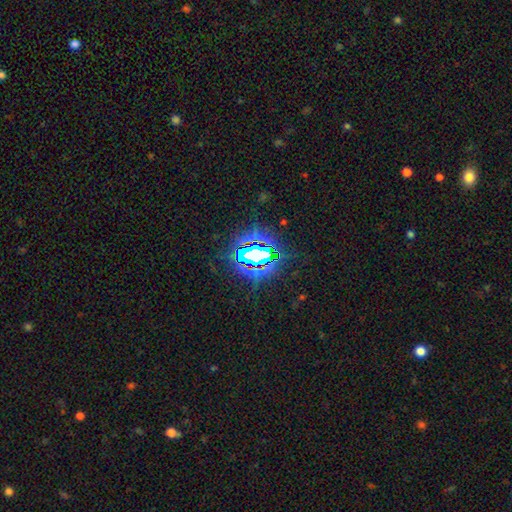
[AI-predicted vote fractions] This appears to be a star or artifact, not a galaxy (77%).